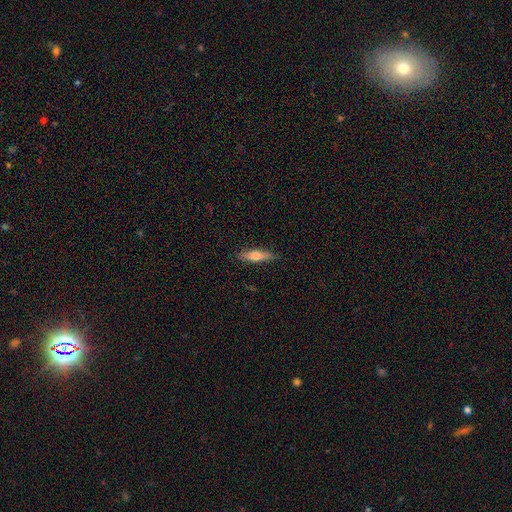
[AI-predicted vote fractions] A smooth galaxy with no disk features (60%) that is cigar-shaped (67%).

Vote fractions:
- Smooth or featured? smooth: 60% / featured or disk: 33% / star or artifact: 6%
- How rounded? cigar-shaped: 67% / in between: 31% / round: 2%
- Merging? none: 87% / minor disturbance: 10% / major disturbance: 2% / merger: 1%